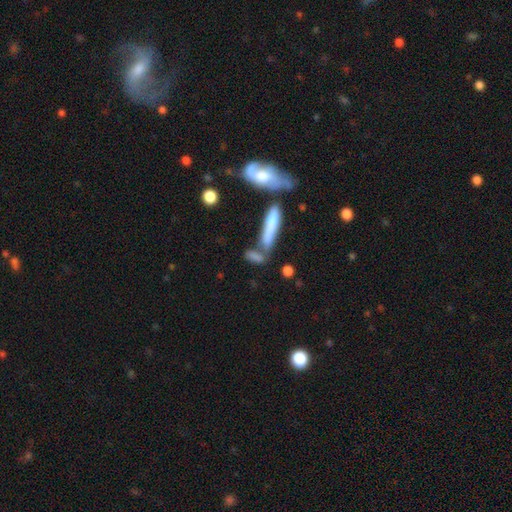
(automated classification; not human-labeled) Smooth or featured: smooth — 60% (featured or disk — 29%)
How rounded: cigar-shaped — 67% (in between — 28%)
Merging: none — 41% (merger — 35%)